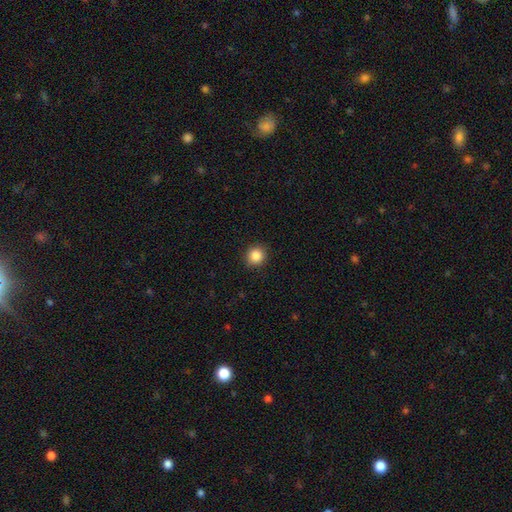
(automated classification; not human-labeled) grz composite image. It shows a smooth galaxy with no disk features (86%) that is round (91%). Merging: none (91%).